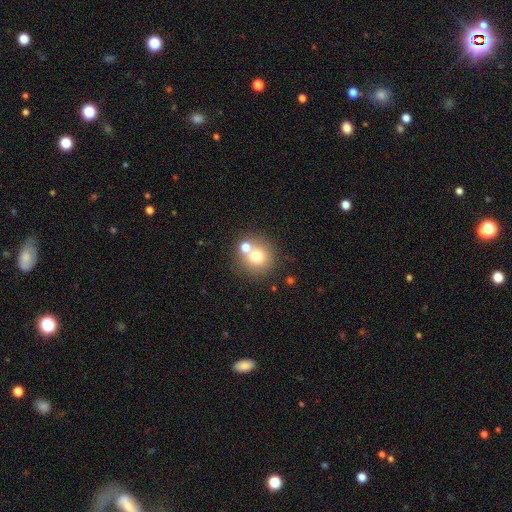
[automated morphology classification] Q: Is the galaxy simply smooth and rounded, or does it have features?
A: smooth — 71%.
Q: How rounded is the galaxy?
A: round — 90%.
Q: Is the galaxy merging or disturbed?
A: none — 62%.